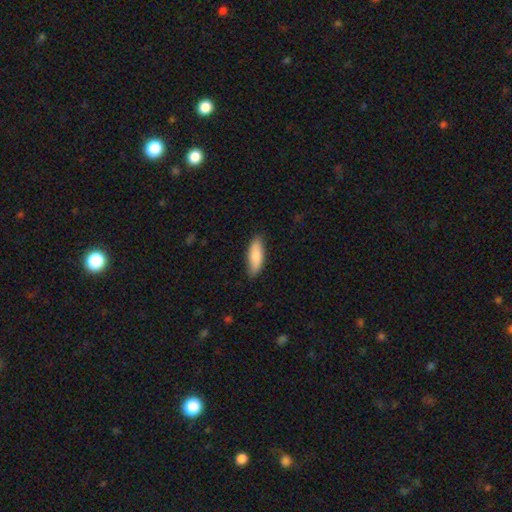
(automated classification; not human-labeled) Q: Smooth or featured?
A: smooth (81%); runner-up: featured or disk (13%)
Q: How rounded?
A: in between (61%); runner-up: cigar-shaped (37%)
Q: Merging?
A: none (84%); runner-up: minor disturbance (13%)